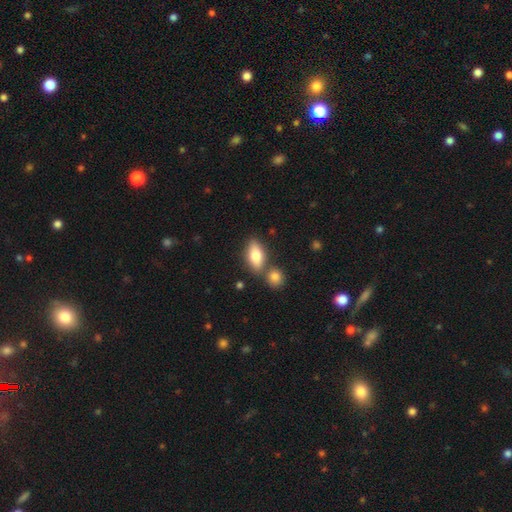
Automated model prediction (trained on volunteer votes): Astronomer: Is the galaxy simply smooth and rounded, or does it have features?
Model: smooth — 77%.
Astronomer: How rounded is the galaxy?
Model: in between — 84%.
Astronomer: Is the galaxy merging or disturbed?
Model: none — 65%.